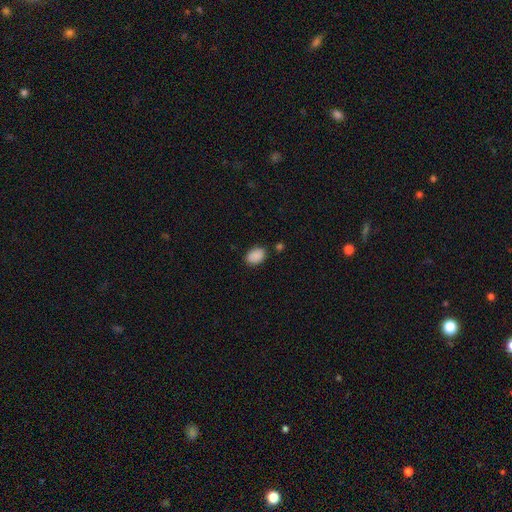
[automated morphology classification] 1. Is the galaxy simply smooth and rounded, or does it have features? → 89% smooth, 8% star or artifact, 3% featured or disk.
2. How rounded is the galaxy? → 85% in between, 14% round, 1% cigar-shaped.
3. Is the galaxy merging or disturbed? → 82% none, 12% minor disturbance, 3% merger, 3% major disturbance.